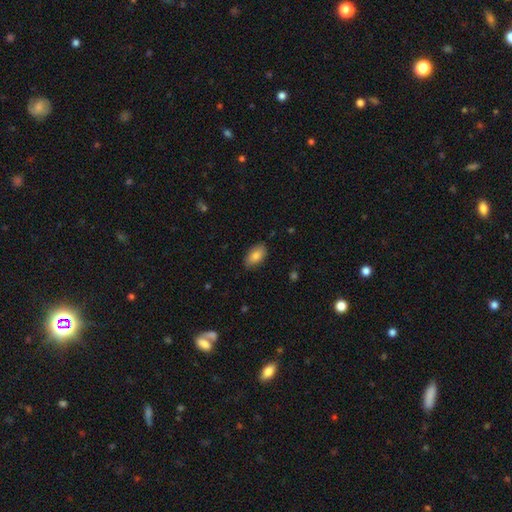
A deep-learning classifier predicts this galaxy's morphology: A smooth galaxy with no disk features (82%) that is in between round and cigar-shaped (93%). Merging: none (84%).